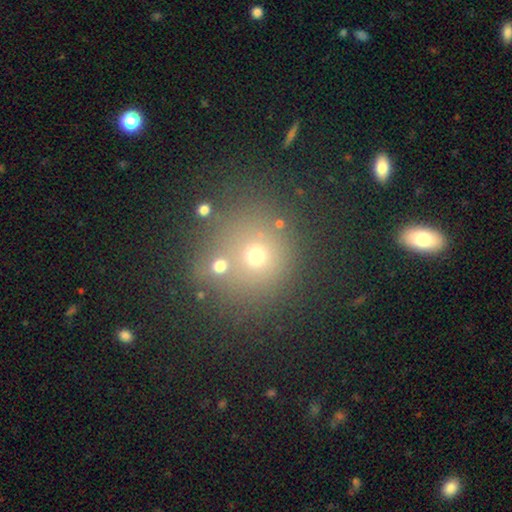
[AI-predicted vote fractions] Smooth or featured? smooth (60%)
How rounded? round (91%)
Merging? none (71%)